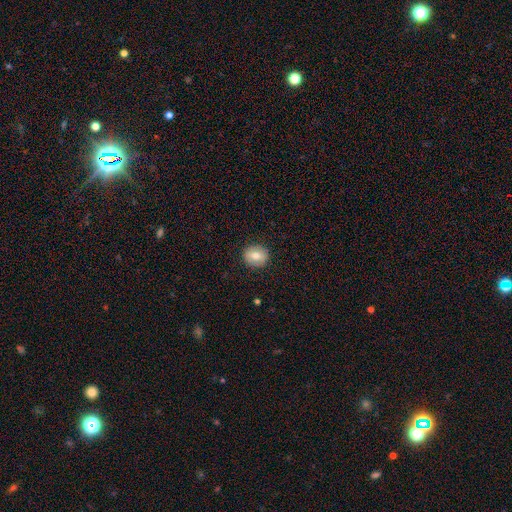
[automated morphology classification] smooth 72%, featured or disk 20%, star or artifact 9%. Down the decision tree: how rounded — round (78%); merging — none (90%).